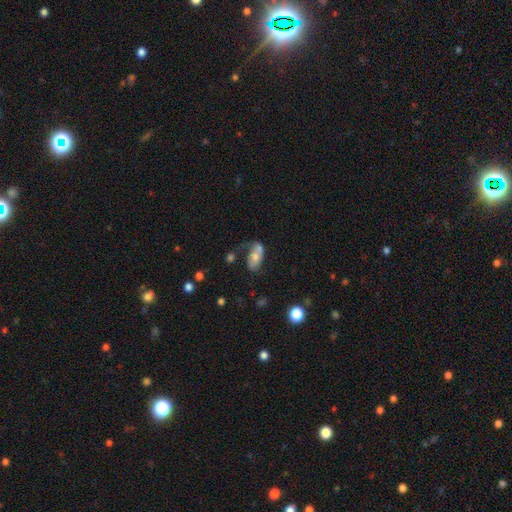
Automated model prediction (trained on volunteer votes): Smooth or featured? Predicted: smooth (p=0.52). How rounded? Predicted: in between (p=0.88). Merging? Predicted: none (p=0.36).